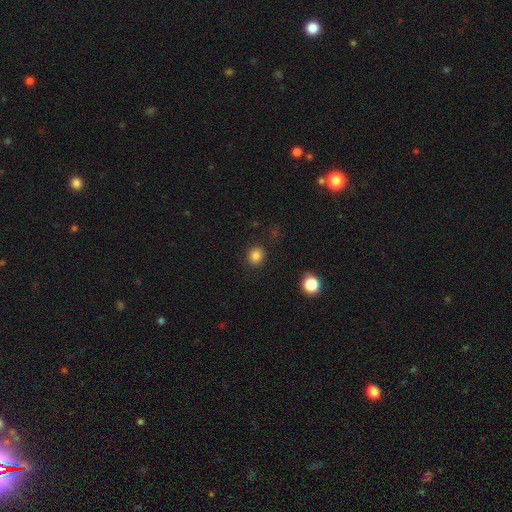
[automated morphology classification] Q: Smooth or featured?
A: smooth (82%); runner-up: star or artifact (12%)
Q: How rounded?
A: round (78%); runner-up: in between (21%)
Q: Merging?
A: none (89%); runner-up: minor disturbance (7%)